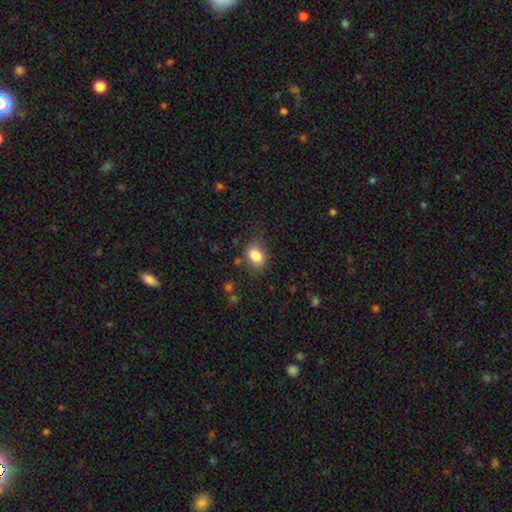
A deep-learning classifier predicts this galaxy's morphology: smooth 84%, star or artifact 9%, featured or disk 7%. Down the decision tree: how rounded — in between (71%); merging — none (74%).